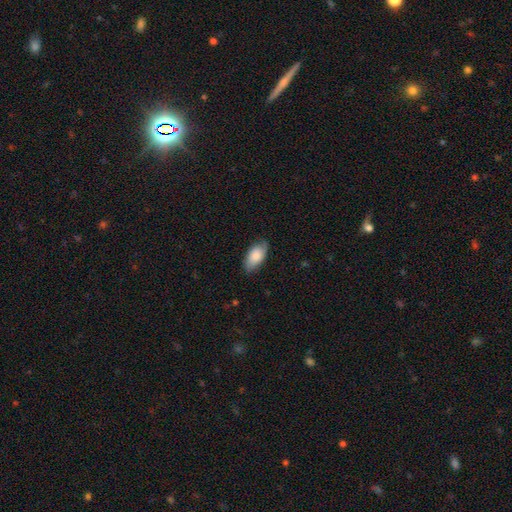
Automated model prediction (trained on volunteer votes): Morphology: type=smooth (77%); roundness=in between (93%); merging=none (72%).